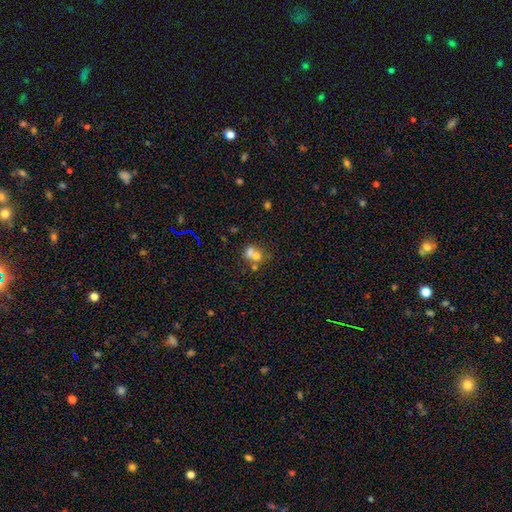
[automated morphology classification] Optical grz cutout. It shows a smooth galaxy with no disk features (59%) that is round (70%). Merging: merger (56%).